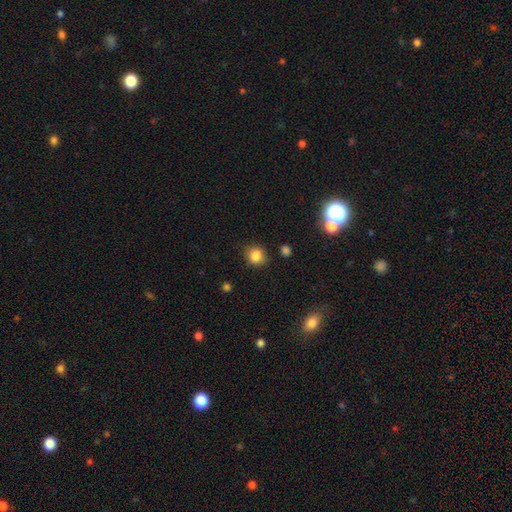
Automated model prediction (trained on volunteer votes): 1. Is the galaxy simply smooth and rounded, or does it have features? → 84% smooth, 11% star or artifact, 6% featured or disk.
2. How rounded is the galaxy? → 81% round, 19% in between, 1% cigar-shaped.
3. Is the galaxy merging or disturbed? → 82% none, 13% minor disturbance, 3% major disturbance, 2% merger.